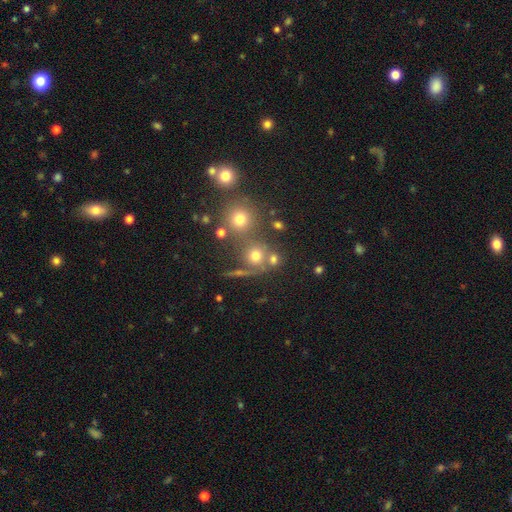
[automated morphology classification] The model was most divided on "merging": none: 59%, merger: 26%, minor disturbance: 9%, major disturbance: 7%. More confident: how rounded — round (87%); smooth or featured — smooth (63%).